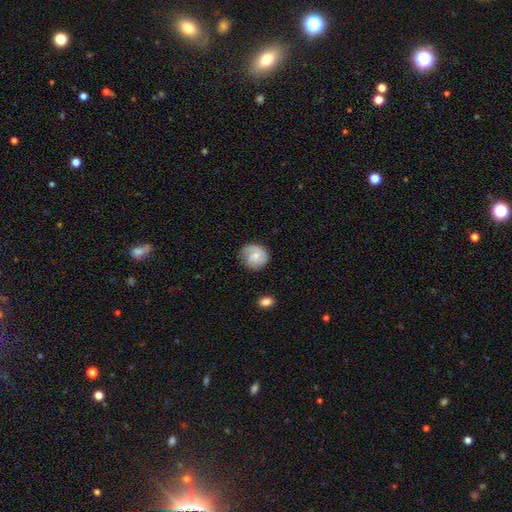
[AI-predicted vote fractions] A smooth galaxy with no disk features (48%).

Vote fractions:
- Smooth or featured? smooth: 48% / featured or disk: 45% / star or artifact: 7%
- Merging? none: 65% / minor disturbance: 25% / major disturbance: 8% / merger: 2%